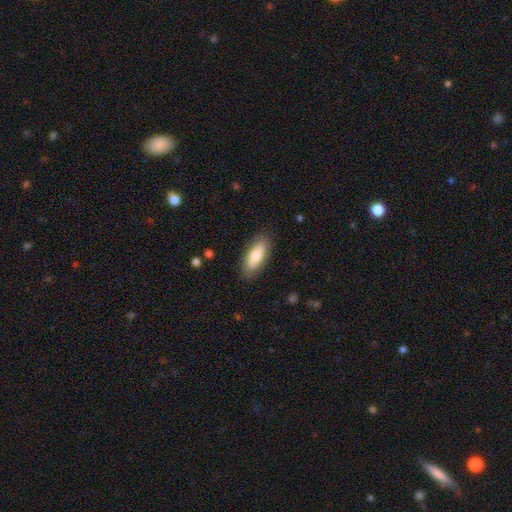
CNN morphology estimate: smooth-or-featured: smooth: 75% | featured or disk: 19% | star or artifact: 6%
  how-rounded: in between: 79% | cigar-shaped: 19% | round: 2%
  merging: none: 85% | minor disturbance: 11% | major disturbance: 3% | merger: 1%